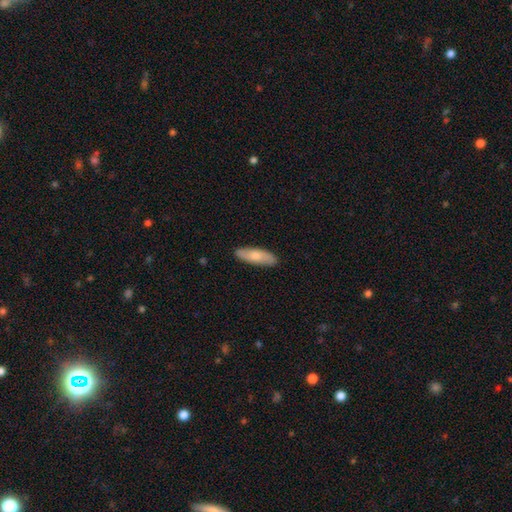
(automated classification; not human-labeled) Smooth or featured? Predicted: smooth (p=0.71). How rounded? Predicted: in between (p=0.53). Merging? Predicted: none (p=0.88).